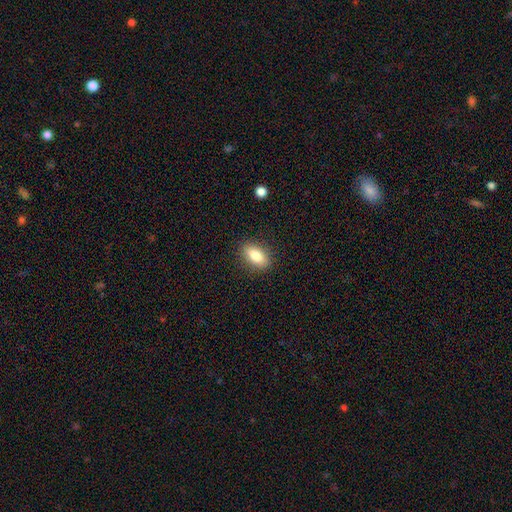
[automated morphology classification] Smooth or featured? Predicted: smooth (p=0.81). How rounded? Predicted: in between (p=0.84). Merging? Predicted: none (p=0.87).